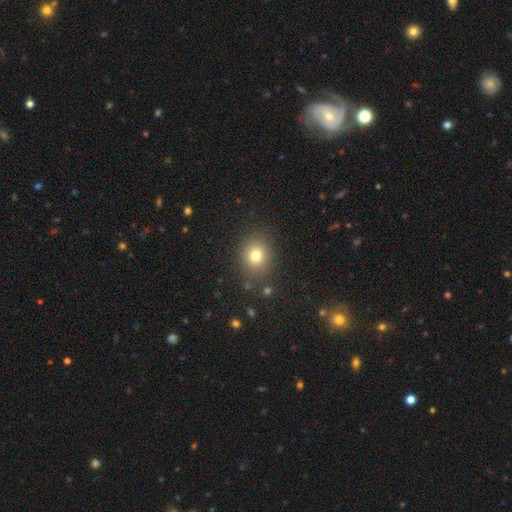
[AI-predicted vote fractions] The model was most divided on "how rounded": round: 71%, in between: 28%, cigar-shaped: 1%. More confident: merging — none (85%); smooth or featured — smooth (77%).